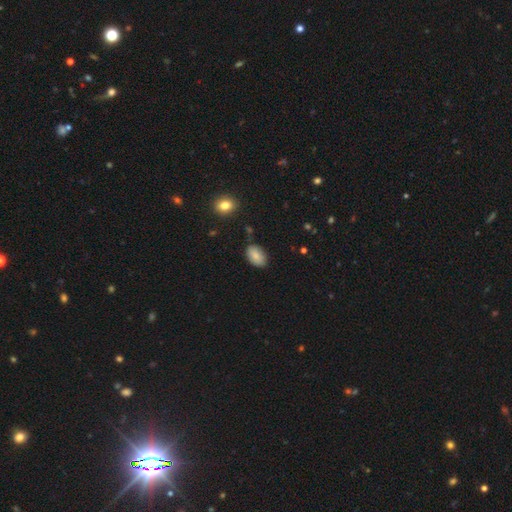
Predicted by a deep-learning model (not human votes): This appears to be a smooth galaxy with no disk features (85%) that is in between round and cigar-shaped (92%). Merging: none (78%).